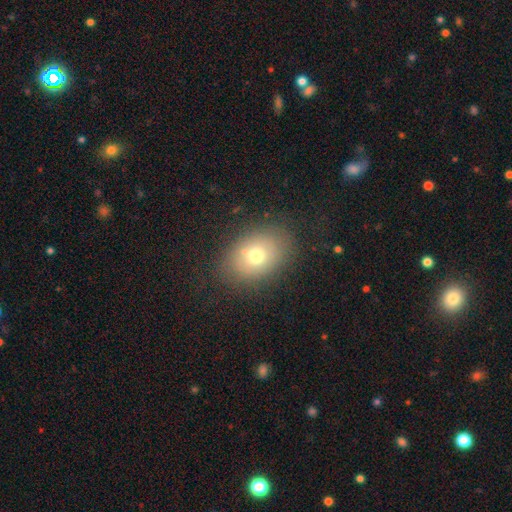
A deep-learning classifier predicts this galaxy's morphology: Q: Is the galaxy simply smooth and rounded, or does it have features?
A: smooth — 70%.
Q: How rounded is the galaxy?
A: in between — 70%.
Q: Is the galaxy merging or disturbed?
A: none — 79%.